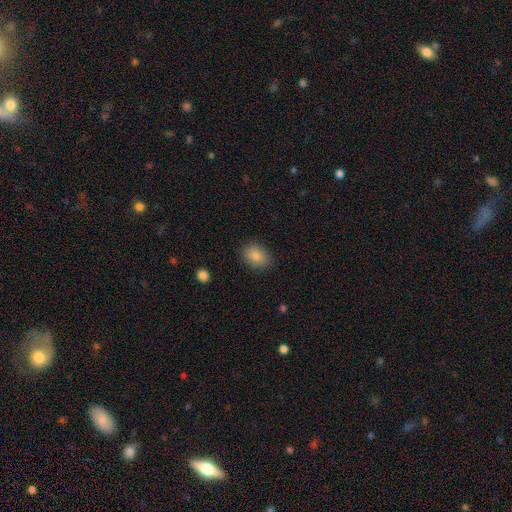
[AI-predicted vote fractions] Overall: smooth (84%). How rounded: in between (62%; round 37%). Merging: none (87%).